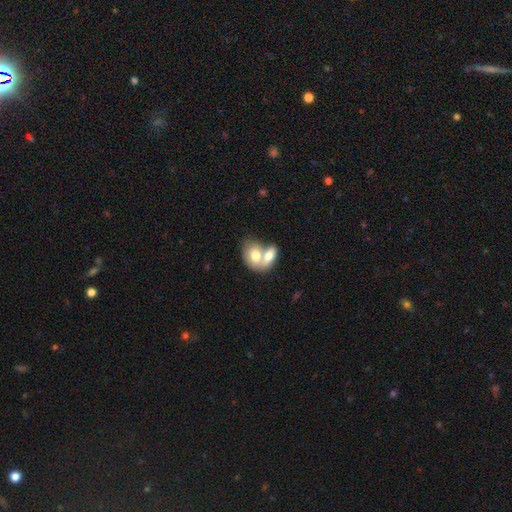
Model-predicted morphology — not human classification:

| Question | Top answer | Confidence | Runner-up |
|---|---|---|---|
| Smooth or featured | smooth | 69% | featured or disk (25%) |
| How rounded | in between | 76% | round (21%) |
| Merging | merger | 74% | none (16%) |